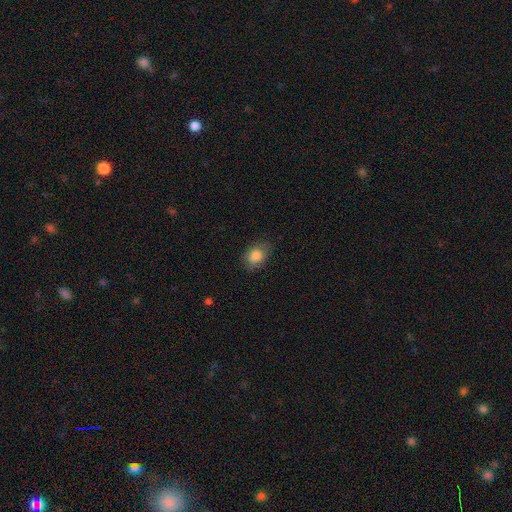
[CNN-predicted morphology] Smooth or featured?
  - smooth: 84% *
  - star or artifact: 8%
  - featured or disk: 8%
How rounded?
  - in between: 74% *
  - round: 25%
  - cigar-shaped: 1%
Merging?
  - none: 77% *
  - minor disturbance: 18%
  - major disturbance: 4%
  - merger: 1%